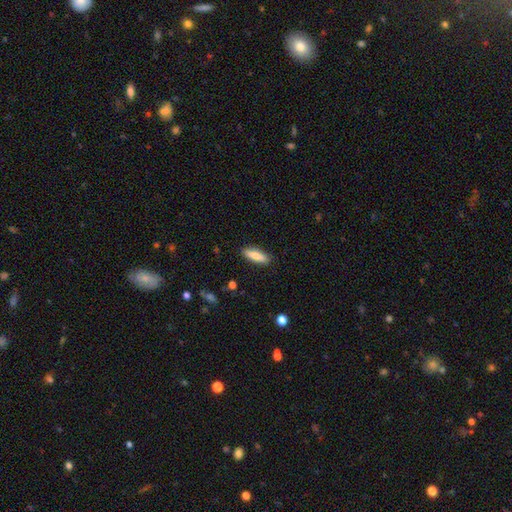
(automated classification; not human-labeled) A smooth galaxy with no disk features (77%) that is cigar-shaped (55%). Merging: none (88%).